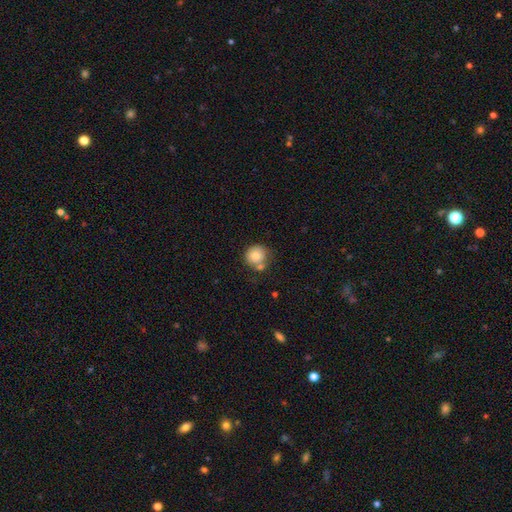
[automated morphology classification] smooth-or-featured: smooth: 80% | featured or disk: 11% | star or artifact: 9%
  how-rounded: round: 90% | in between: 9% | cigar-shaped: 1%
  merging: none: 62% | merger: 20% | minor disturbance: 15% | major disturbance: 4%